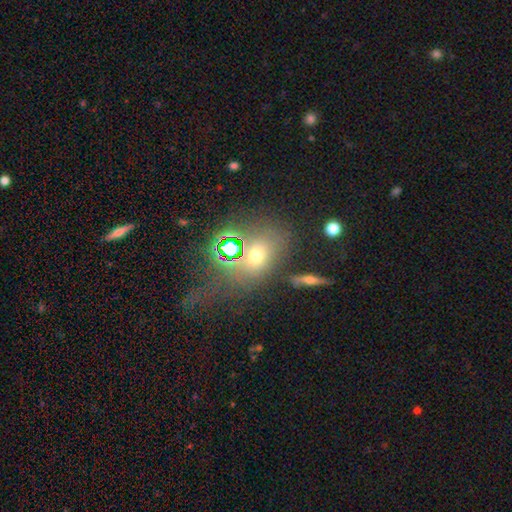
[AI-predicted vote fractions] Overall: smooth (56%; star or artifact 28%). How rounded: in between (58%; round 39%). Merging: none (64%).